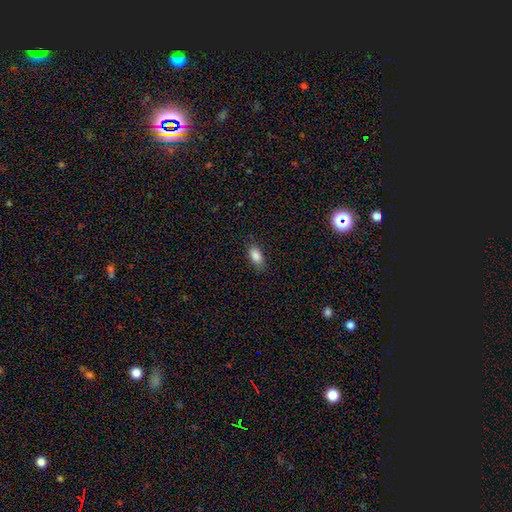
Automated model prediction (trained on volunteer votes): A smooth galaxy with no disk features (87%) that is in between round and cigar-shaped (90%). Merging: none (80%).